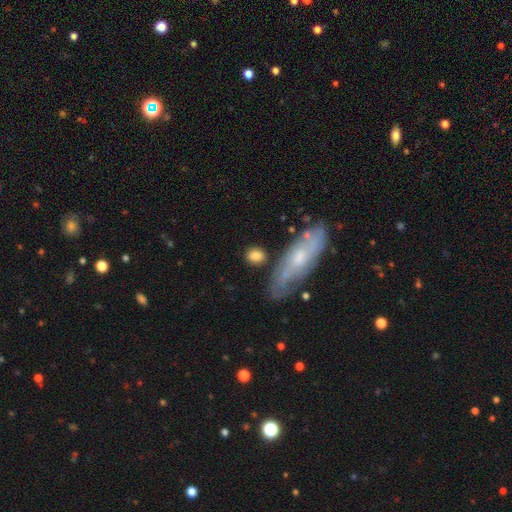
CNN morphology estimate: The model was most divided on "how rounded": round: 52%, in between: 40%, cigar-shaped: 7%. More confident: smooth or featured — smooth (81%); merging — none (77%).